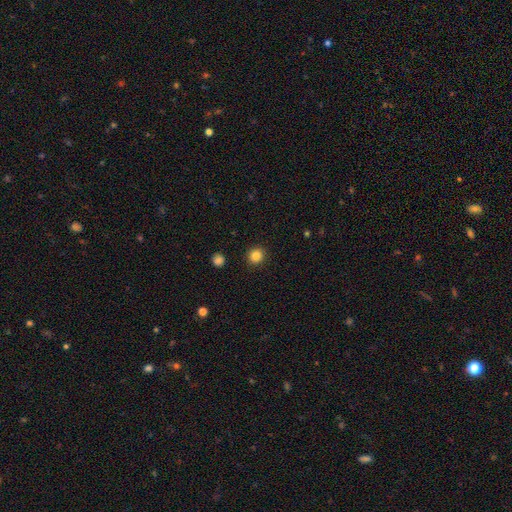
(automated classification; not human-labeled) smooth_or_featured: smooth (p=0.84) [alt: star or artifact p=0.11]
how_rounded: round (p=0.90) [alt: in between p=0.09]
merging: none (p=0.92) [alt: minor disturbance p=0.05]